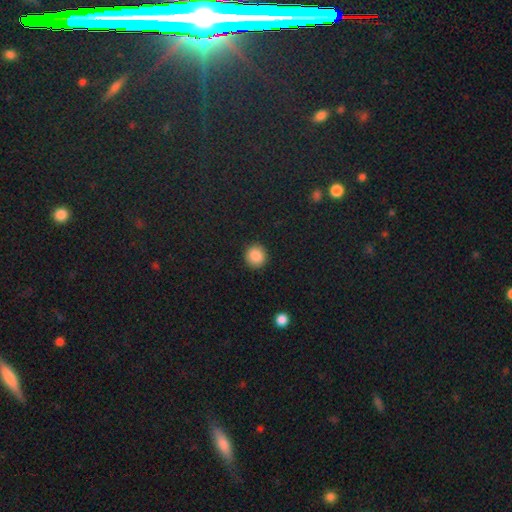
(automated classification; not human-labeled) This is clearly a smooth galaxy (88%). How rounded: clearly round (90%). Merging: clearly none (91%).